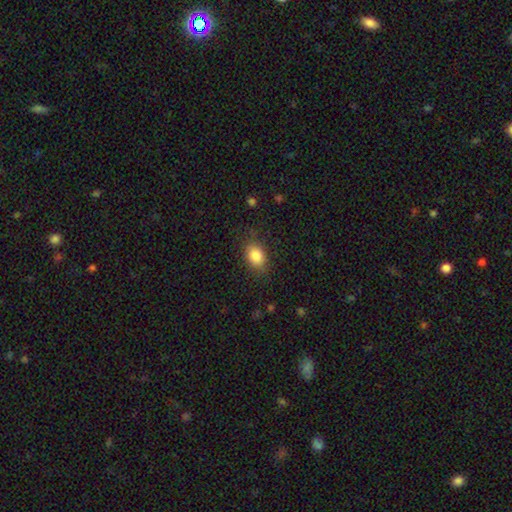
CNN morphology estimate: This appears to be a smooth galaxy with no disk features (85%) that is in between round and cigar-shaped (77%). Merging: none (81%).